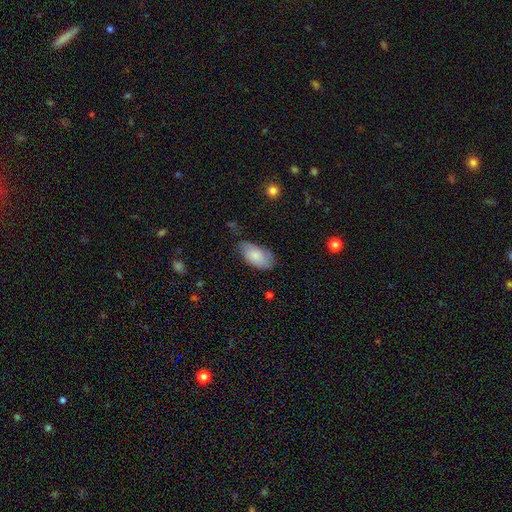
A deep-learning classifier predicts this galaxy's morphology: smooth_or_featured: smooth (p=0.79) [alt: featured or disk p=0.15]
how_rounded: in between (p=0.94) [alt: round p=0.03]
merging: none (p=0.56) [alt: minor disturbance p=0.34]